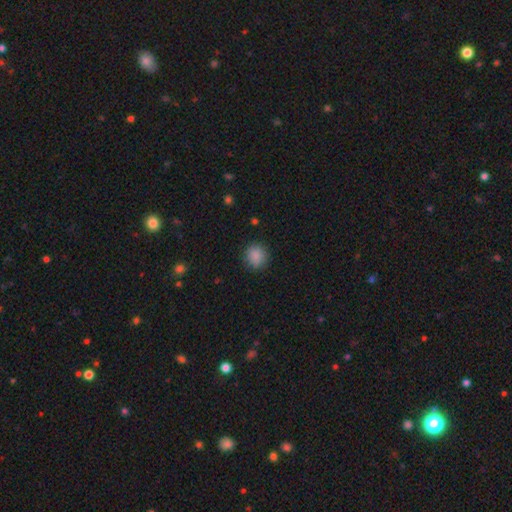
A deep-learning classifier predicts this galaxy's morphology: This appears to be a smooth galaxy with no disk features (87%) that is round (87%). Merging: none (86%).